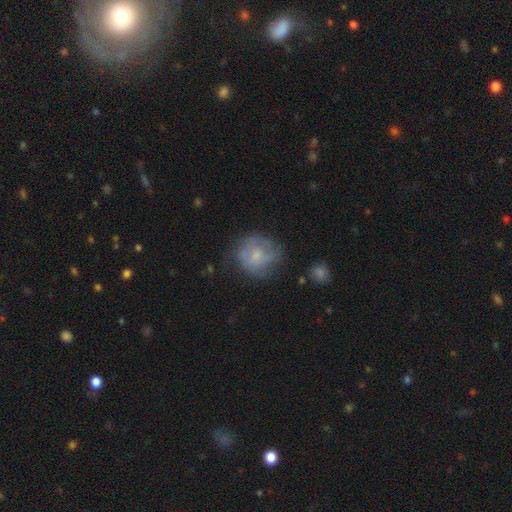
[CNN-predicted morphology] This is possibly a smooth galaxy (48%). Merging: possibly none (56%).